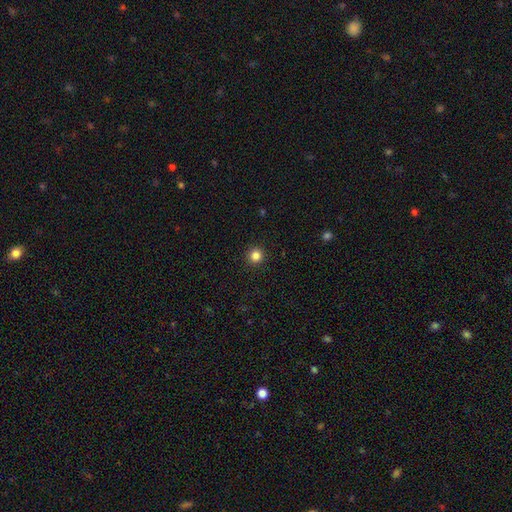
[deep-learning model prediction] This appears to be a smooth galaxy with no disk features (85%) that is round (95%). Merging: none (93%).